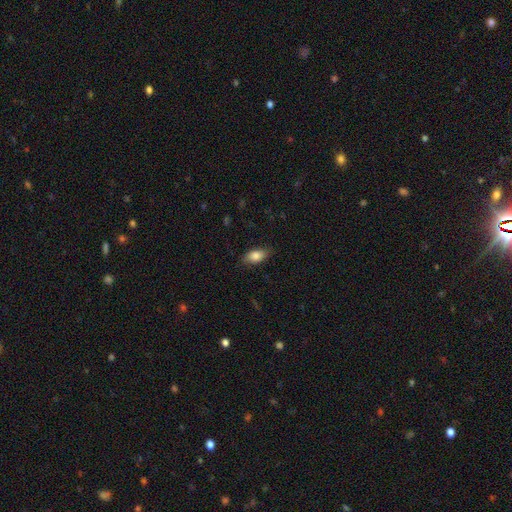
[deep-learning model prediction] Smooth or featured?
  - smooth: 83% *
  - featured or disk: 10%
  - star or artifact: 7%
How rounded?
  - in between: 89% *
  - cigar-shaped: 7%
  - round: 5%
Merging?
  - none: 83% *
  - minor disturbance: 13%
  - major disturbance: 3%
  - merger: 1%